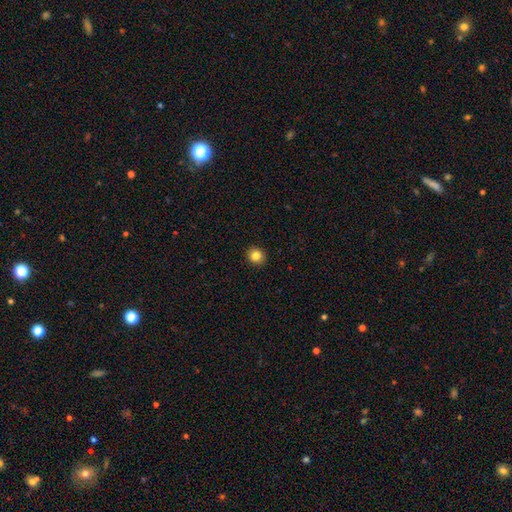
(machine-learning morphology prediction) Smooth or featured?
  - smooth: 83% *
  - star or artifact: 11%
  - featured or disk: 6%
How rounded?
  - round: 86% *
  - in between: 13%
  - cigar-shaped: 1%
Merging?
  - none: 93% *
  - minor disturbance: 5%
  - major disturbance: 1%
  - merger: 1%